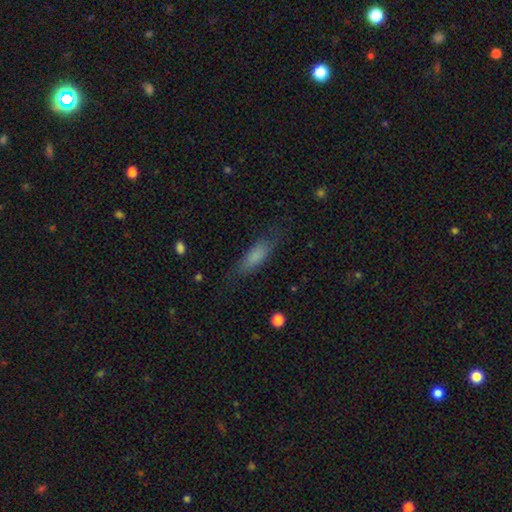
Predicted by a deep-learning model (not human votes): Overall: smooth (76%). How rounded: in between (51%; cigar-shaped 47%). Merging: none (74%).